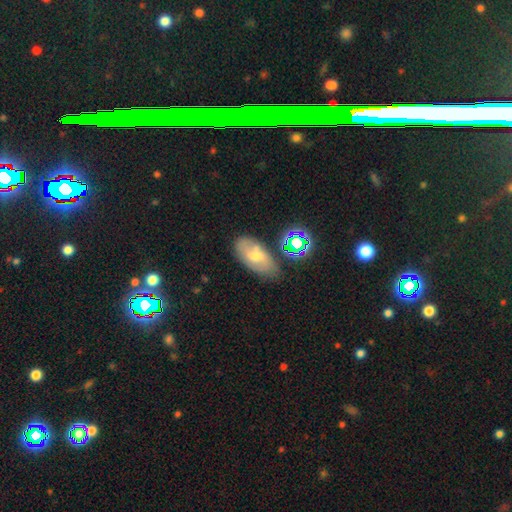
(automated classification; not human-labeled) Smooth or featured?
  - smooth: 47% *
  - featured or disk: 39%
  - star or artifact: 14%
Merging?
  - none: 71% *
  - minor disturbance: 19%
  - merger: 5%
  - major disturbance: 5%